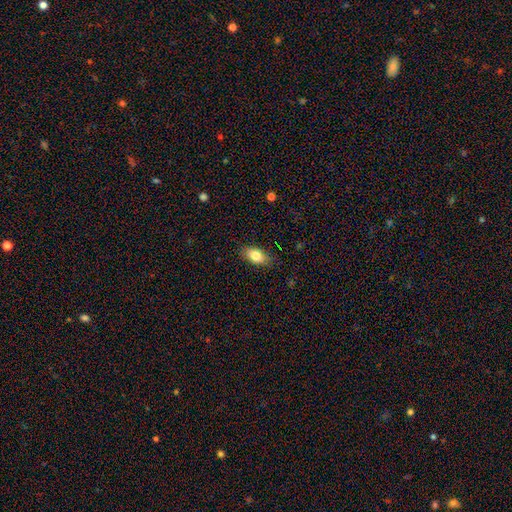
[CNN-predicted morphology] The model was most divided on "smooth or featured": smooth: 81%, featured or disk: 11%, star or artifact: 7%. More confident: how rounded — in between (90%); merging — none (84%).